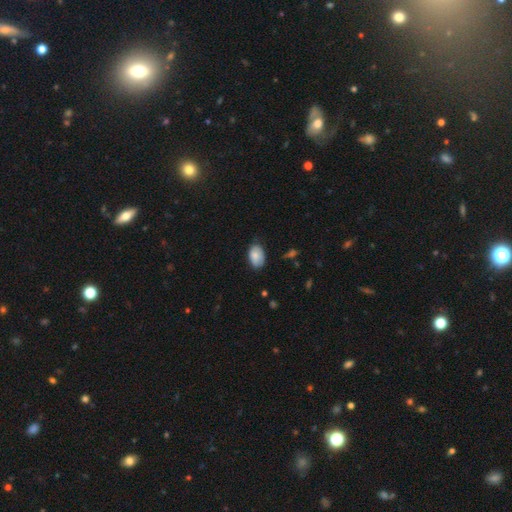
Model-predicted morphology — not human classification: This appears to be a smooth galaxy with no disk features (82%) that is in between round and cigar-shaped (89%). Merging: none (68%).